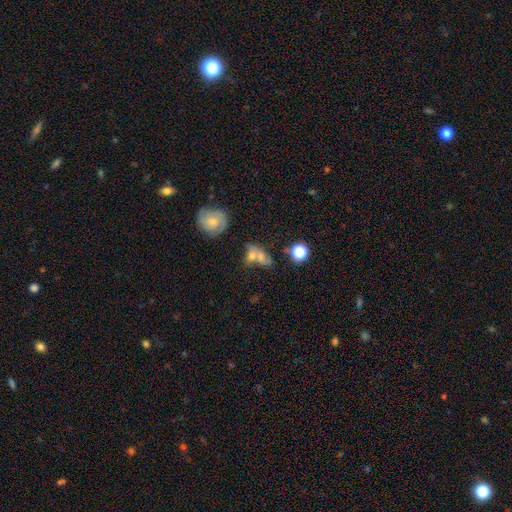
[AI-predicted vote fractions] Smooth or featured? Predicted: smooth (p=0.51). How rounded? Predicted: in between (p=0.65). Merging? Predicted: merger (p=0.50).